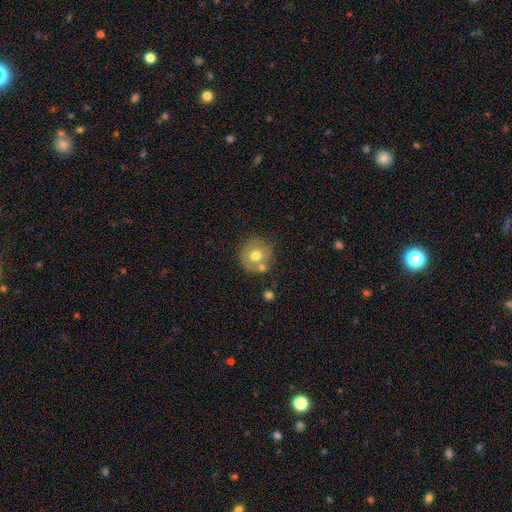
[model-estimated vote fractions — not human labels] smooth_or_featured: smooth (p=0.65) [alt: featured or disk p=0.26]
how_rounded: round (p=0.91) [alt: in between p=0.08]
merging: none (p=0.63) [alt: merger p=0.19]